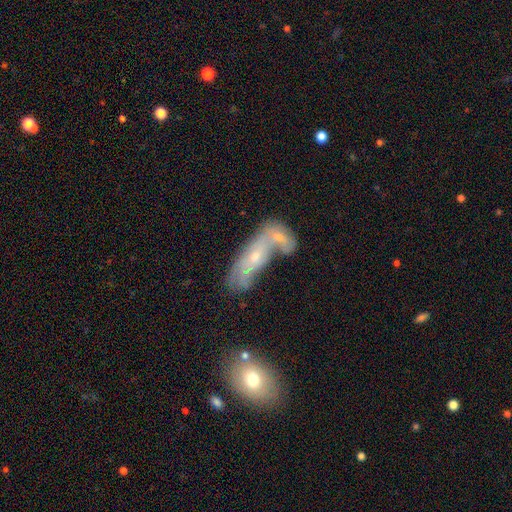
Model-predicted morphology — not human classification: Smooth or featured? featured or disk (55%)
Edge-on disk? no (75%)
Merging? merger (55%)